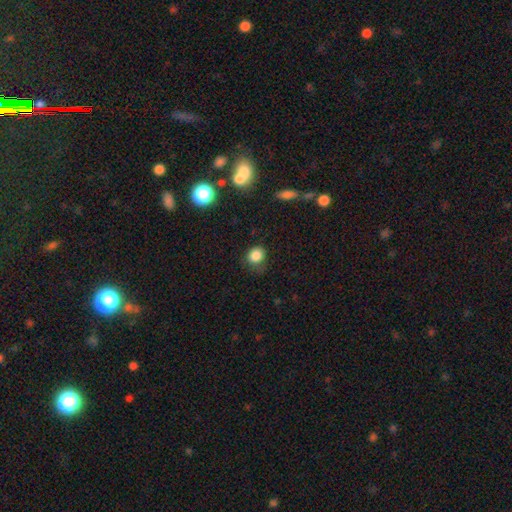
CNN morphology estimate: smooth-or-featured: smooth: 84% | star or artifact: 12% | featured or disk: 4%
  how-rounded: round: 74% | in between: 25% | cigar-shaped: 1%
  merging: none: 66% | minor disturbance: 24% | major disturbance: 8% | merger: 2%